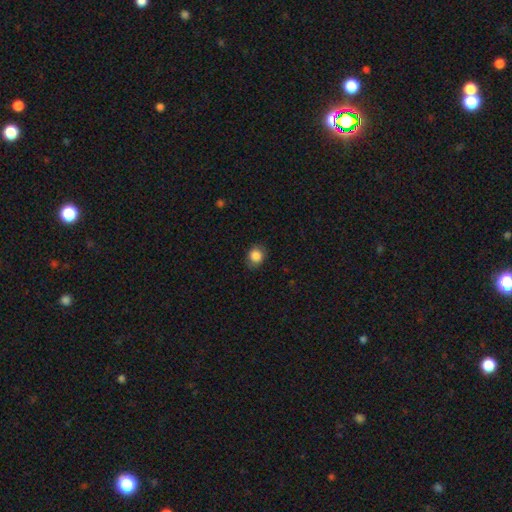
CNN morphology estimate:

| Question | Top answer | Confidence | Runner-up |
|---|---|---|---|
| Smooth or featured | smooth | 86% | star or artifact (9%) |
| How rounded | round | 72% | in between (27%) |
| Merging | none | 82% | minor disturbance (14%) |